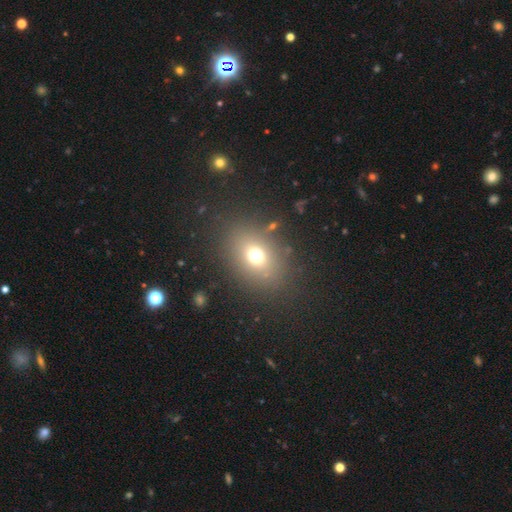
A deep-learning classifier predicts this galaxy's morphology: smooth_or_featured: smooth (p=0.67) [alt: star or artifact p=0.20]
how_rounded: in between (p=0.53) [alt: round p=0.45]
merging: none (p=0.82) [alt: minor disturbance p=0.09]